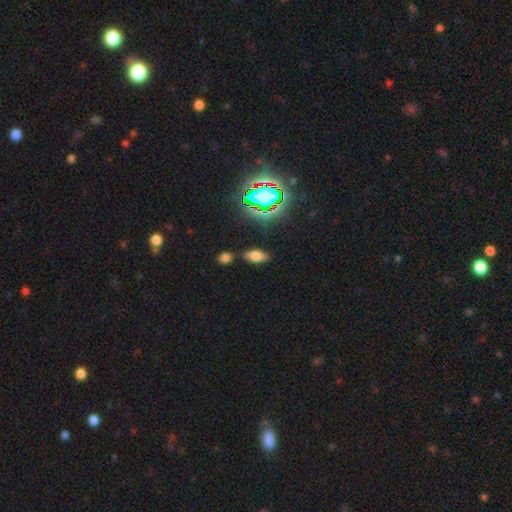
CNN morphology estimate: A smooth galaxy with no disk features (62%) that is in between round and cigar-shaped (83%).

Vote fractions:
- Smooth or featured? smooth: 62% / star or artifact: 22% / featured or disk: 16%
- How rounded? in between: 83% / cigar-shaped: 10% / round: 6%
- Merging? none: 79% / minor disturbance: 13% / merger: 5% / major disturbance: 4%